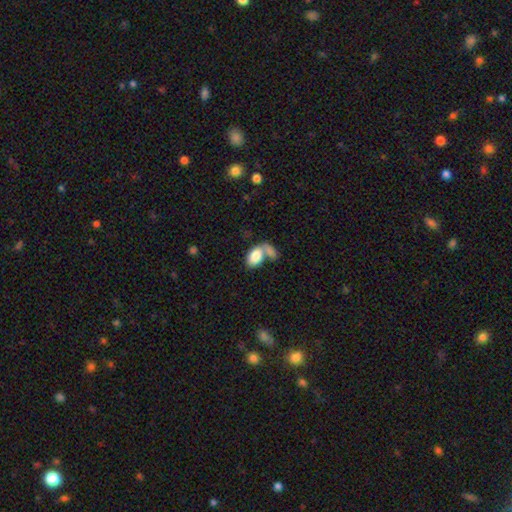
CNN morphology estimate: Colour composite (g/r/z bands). It shows a smooth galaxy with no disk features (83%) that is in between round and cigar-shaped (92%). Merging: merger (54%).